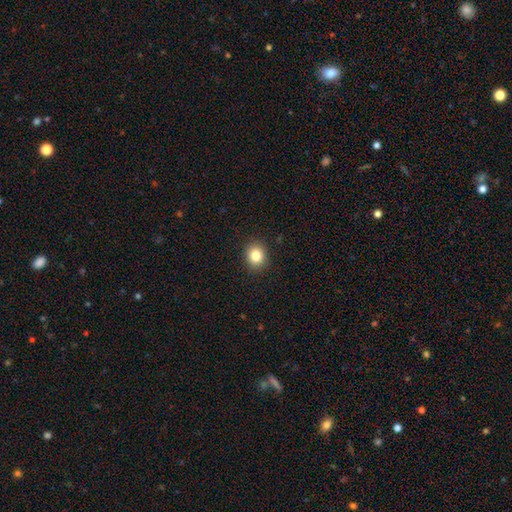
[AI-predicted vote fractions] smooth-or-featured: smooth: 83% | star or artifact: 11% | featured or disk: 6%
  how-rounded: round: 73% | in between: 26% | cigar-shaped: 1%
  merging: none: 90% | minor disturbance: 7% | major disturbance: 2% | merger: 1%